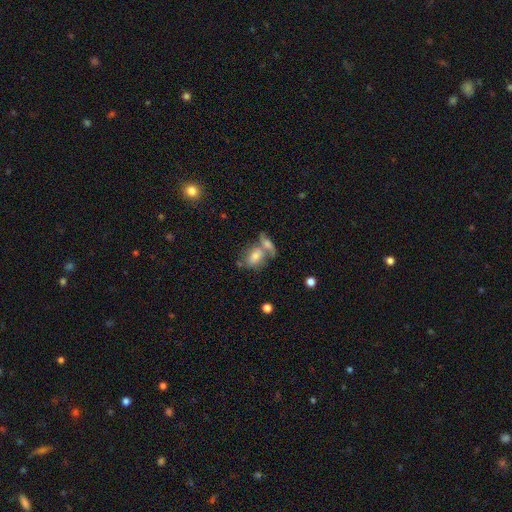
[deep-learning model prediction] This is likely a smooth galaxy (61%). How rounded: likely in between (75%). Merging: possibly merger (46%).